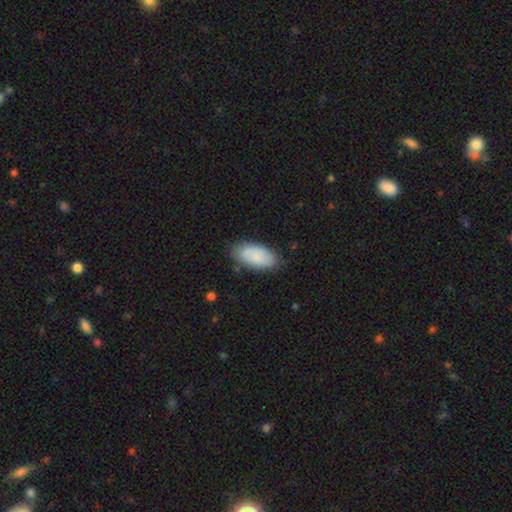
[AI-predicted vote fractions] This is clearly a smooth galaxy (84%). How rounded: clearly in between (93%). Merging: likely none (79%).